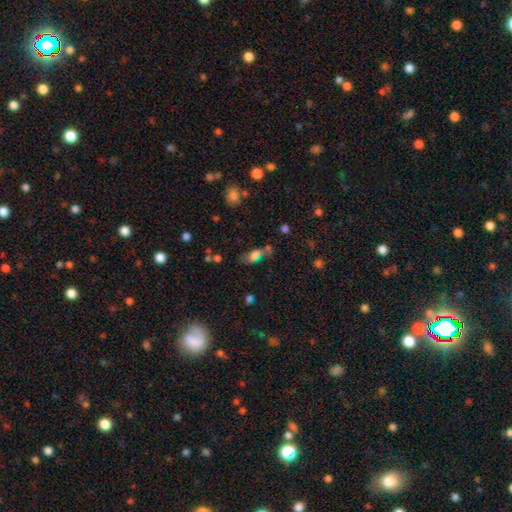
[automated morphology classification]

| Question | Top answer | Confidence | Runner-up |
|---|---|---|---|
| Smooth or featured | smooth | 66% | featured or disk (21%) |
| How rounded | in between | 80% | cigar-shaped (15%) |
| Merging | none | 46% | merger (22%) |